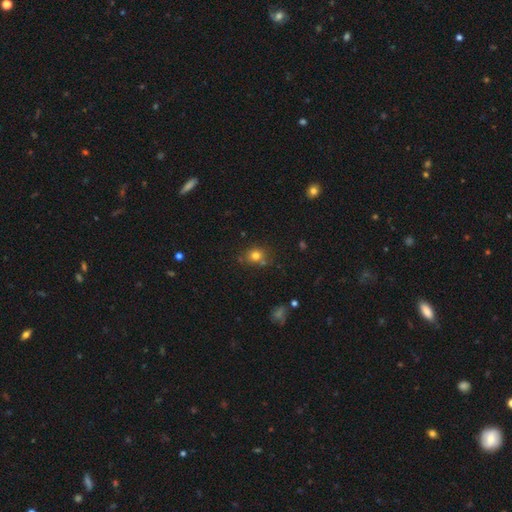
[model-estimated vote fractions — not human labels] This appears to be a smooth galaxy with no disk features (77%) that is round (77%). Merging: none (71%).